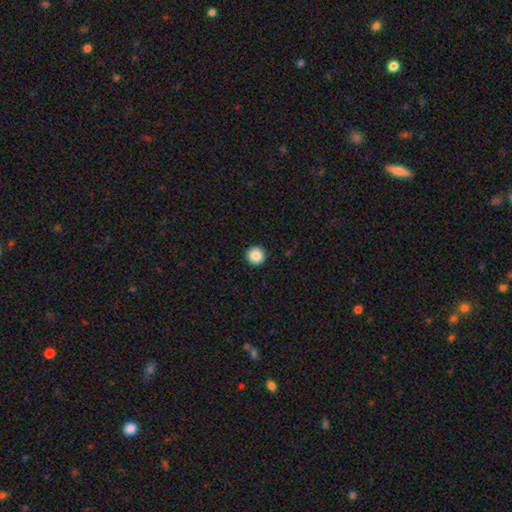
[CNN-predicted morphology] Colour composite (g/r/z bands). It shows a smooth galaxy with no disk features (88%) that is round (97%). Merging: none (94%).